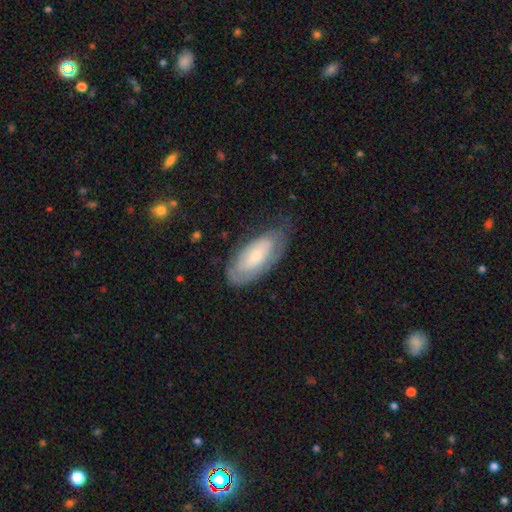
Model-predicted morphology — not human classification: Smooth or featured? featured or disk (47%, tied with smooth)
Merging? none (64%)